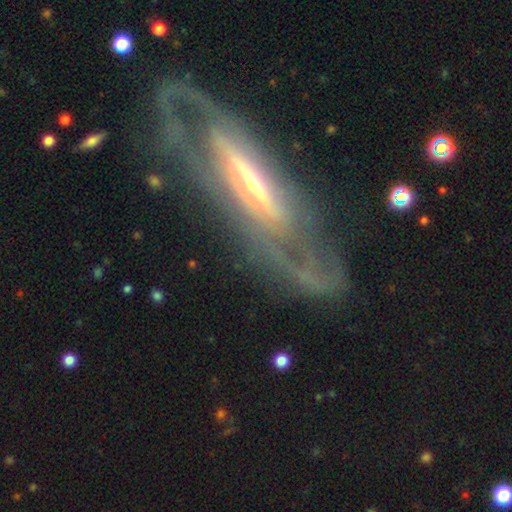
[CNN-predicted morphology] Smooth or featured? Predicted: featured or disk (p=0.83). Edge-on disk? Predicted: no (p=0.57). Merging? Predicted: none (p=0.57).